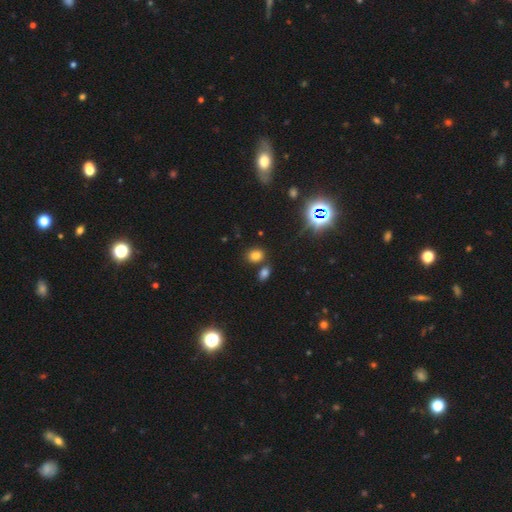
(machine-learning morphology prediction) The model was most divided on "how rounded" (2-way tie): in between: 49%, round: 49%, cigar-shaped: 1%. More confident: smooth or featured — smooth (75%); merging — none (70%).